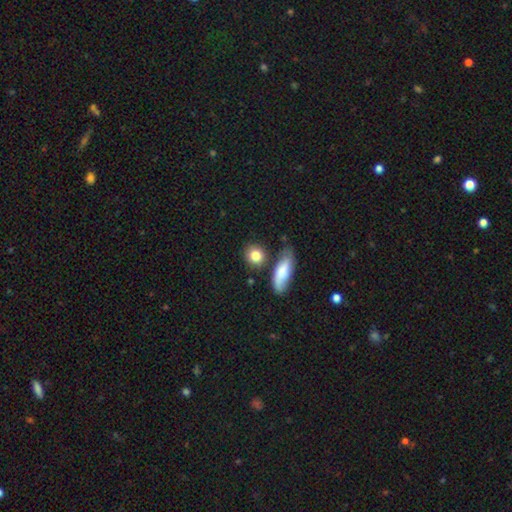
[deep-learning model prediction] This is clearly a smooth galaxy (83%). How rounded: likely round (72%). Merging: likely none (73%).